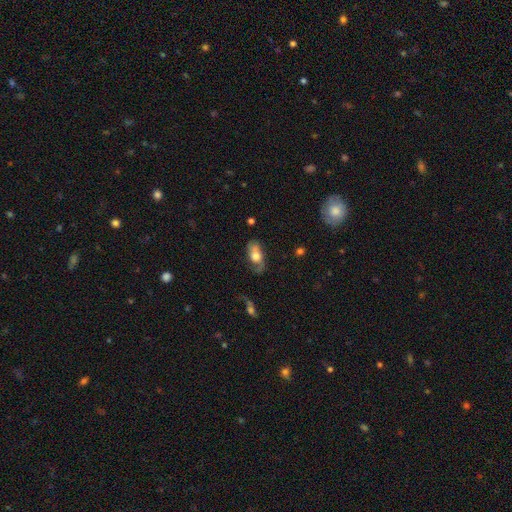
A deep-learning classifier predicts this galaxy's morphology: Smooth or featured? Predicted: smooth (p=0.54). How rounded? Predicted: in between (p=0.83). Merging? Predicted: none (p=0.49).